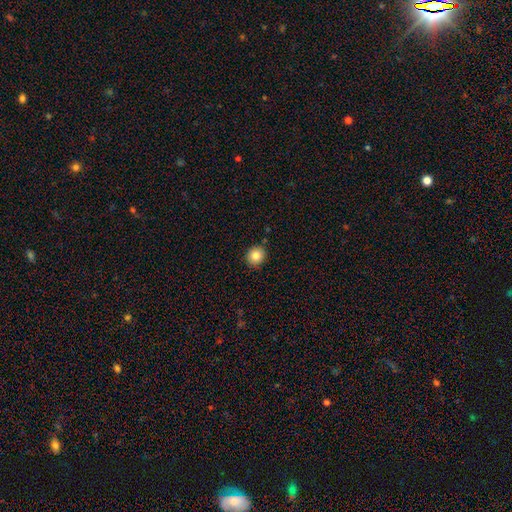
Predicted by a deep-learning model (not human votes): Smooth or featured? smooth (83%)
How rounded? round (86%)
Merging? none (88%)